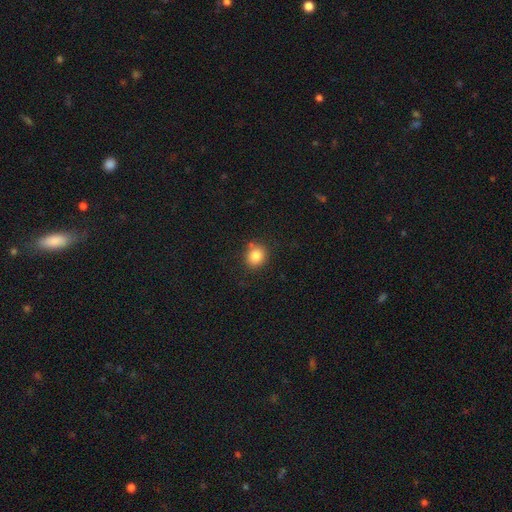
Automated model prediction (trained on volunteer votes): Q: Smooth or featured?
A: smooth (84%); runner-up: star or artifact (10%)
Q: How rounded?
A: round (77%); runner-up: in between (22%)
Q: Merging?
A: none (80%); runner-up: minor disturbance (13%)